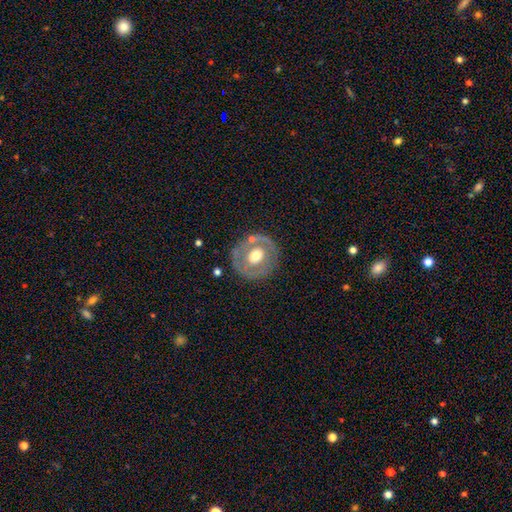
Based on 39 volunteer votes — featured or disk 72%, smooth 23%, star or artifact 5%. Down the decision tree: edge-on disk — no (96%); bar — no (89%); spiral arms — no (93%); bulge size — moderate (70%); merging — none (84%).